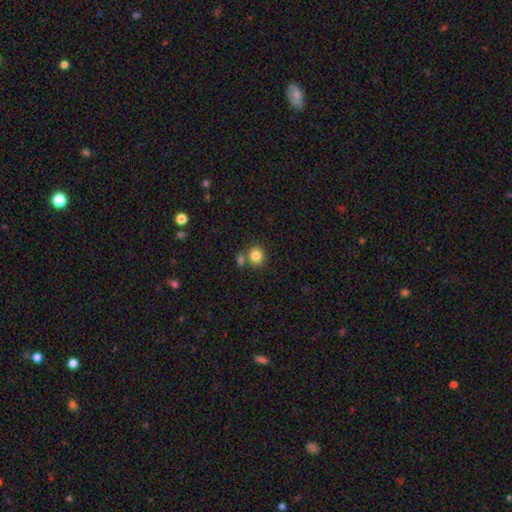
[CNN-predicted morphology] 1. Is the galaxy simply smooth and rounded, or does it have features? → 84% smooth, 10% star or artifact, 6% featured or disk.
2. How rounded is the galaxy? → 82% round, 17% in between, 1% cigar-shaped.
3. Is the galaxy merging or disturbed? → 68% none, 21% merger, 9% minor disturbance, 3% major disturbance.